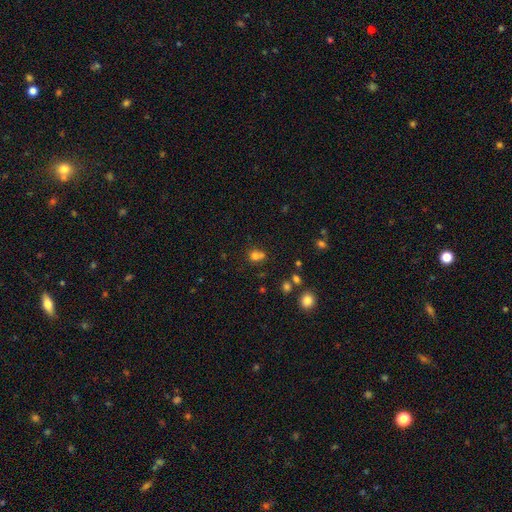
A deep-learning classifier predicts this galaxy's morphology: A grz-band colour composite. It shows a smooth galaxy with no disk features (73%) that is round (73%). Merging: none (46%).